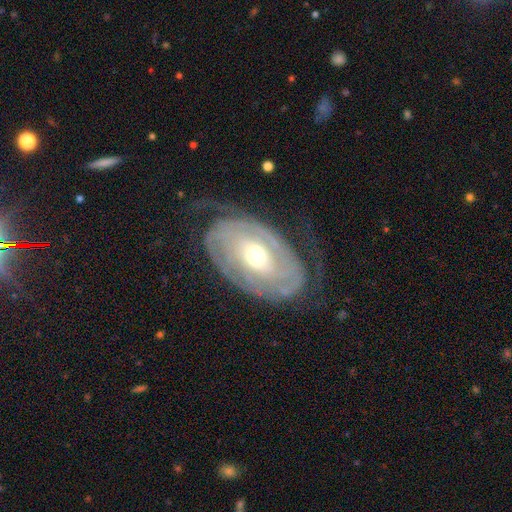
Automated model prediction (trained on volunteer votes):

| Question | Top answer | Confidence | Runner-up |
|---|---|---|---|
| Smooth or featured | featured or disk | 84% | smooth (12%) |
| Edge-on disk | no | 94% | yes (6%) |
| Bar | no | 54% | weak (33%) |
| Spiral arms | yes | 89% | no (11%) |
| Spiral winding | tight | 61% | medium (26%) |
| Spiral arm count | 2 | 50% | can't tell (28%) |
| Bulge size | moderate | 66% | small (25%) |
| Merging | none | 59% | minor disturbance (21%) |